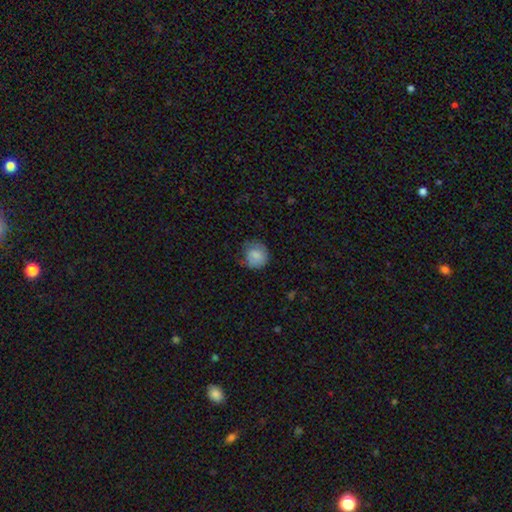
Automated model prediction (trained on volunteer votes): A smooth galaxy with no disk features (80%) that is round (84%). Merging: none (63%).